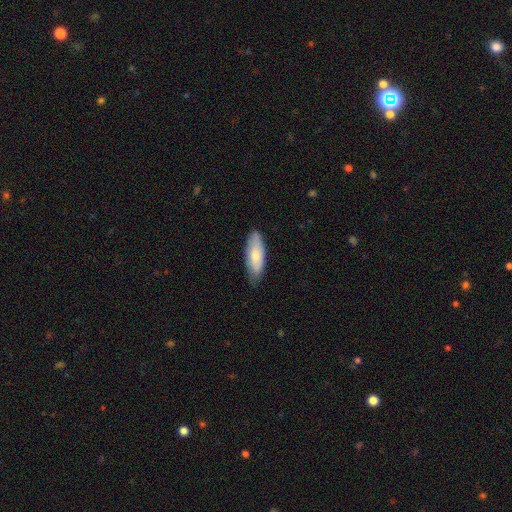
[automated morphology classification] smooth 75%, featured or disk 20%, star or artifact 5%. Down the decision tree: how rounded — in between (69%); merging — none (77%).